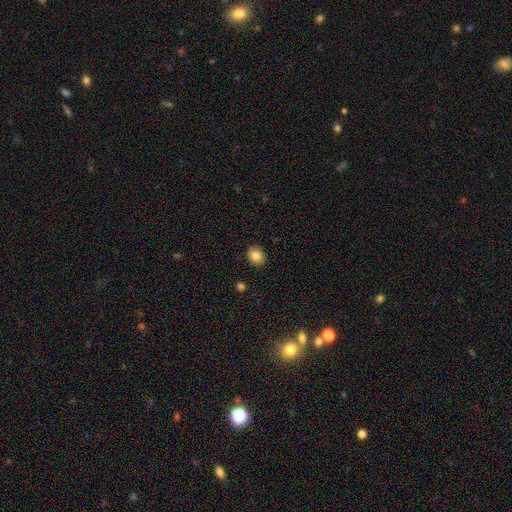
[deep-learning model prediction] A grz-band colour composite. It shows a smooth galaxy with no disk features (84%) that is round (56%). Merging: none (89%).